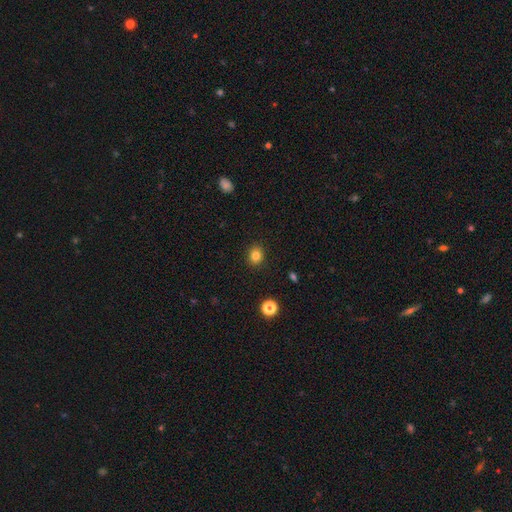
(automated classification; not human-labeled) This appears to be a smooth galaxy with no disk features (82%) that is round (74%). Merging: none (90%).